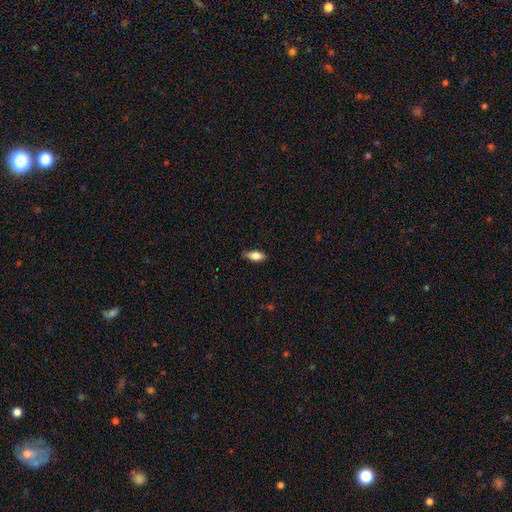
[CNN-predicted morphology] smooth_or_featured: smooth (p=0.70) [alt: featured or disk p=0.22]
how_rounded: in between (p=0.76) [alt: cigar-shaped p=0.21]
merging: none (p=0.81) [alt: minor disturbance p=0.15]